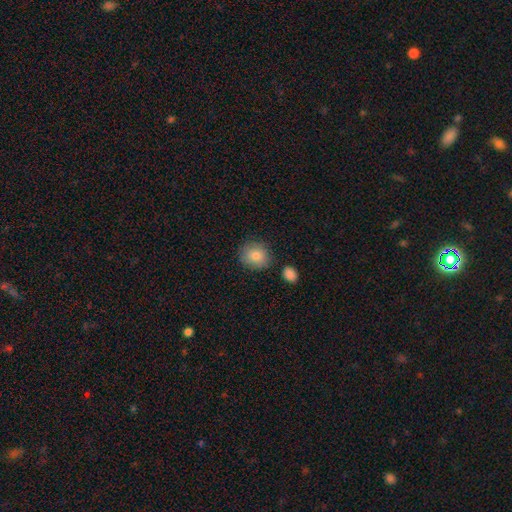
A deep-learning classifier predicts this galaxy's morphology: Overall: smooth (83%). How rounded: round (76%). Merging: none (81%).